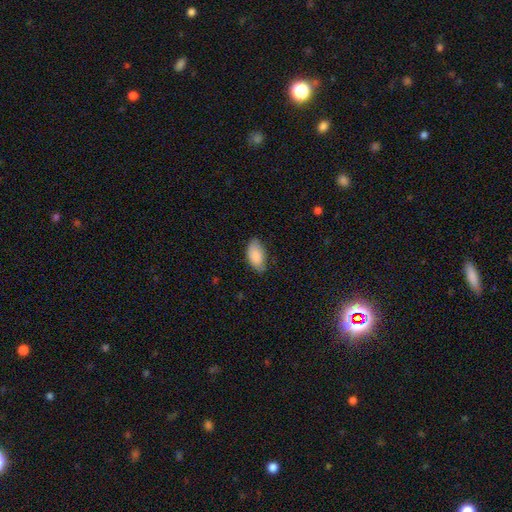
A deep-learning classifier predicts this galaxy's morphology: Smooth or featured?
  - smooth: 86% *
  - featured or disk: 8%
  - star or artifact: 6%
How rounded?
  - in between: 94% *
  - cigar-shaped: 3%
  - round: 3%
Merging?
  - none: 71% *
  - minor disturbance: 24%
  - major disturbance: 4%
  - merger: 1%